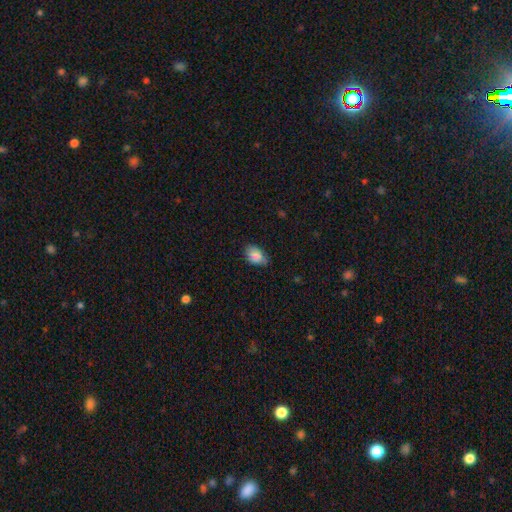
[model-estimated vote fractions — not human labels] Smooth or featured? smooth (85%)
How rounded? in between (85%)
Merging? none (63%)